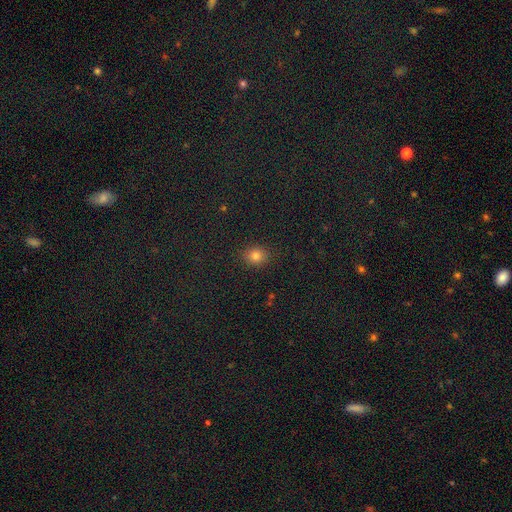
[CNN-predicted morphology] Q: Smooth or featured?
A: smooth (79%); runner-up: star or artifact (15%)
Q: How rounded?
A: round (68%); runner-up: in between (31%)
Q: Merging?
A: none (88%); runner-up: minor disturbance (8%)